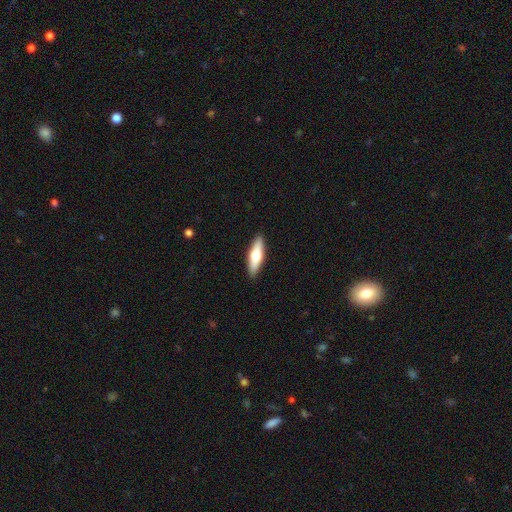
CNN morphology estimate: Q: Smooth or featured?
A: smooth (56%); runner-up: featured or disk (38%)
Q: How rounded?
A: cigar-shaped (55%); runner-up: in between (43%)
Q: Merging?
A: none (90%); runner-up: minor disturbance (7%)